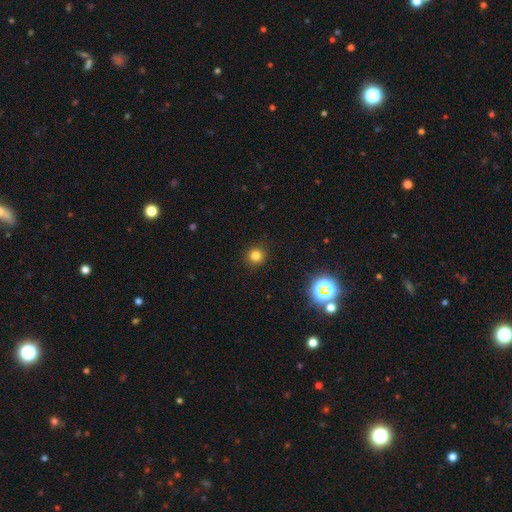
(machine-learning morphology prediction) smooth 79%, star or artifact 16%, featured or disk 5%. Down the decision tree: how rounded — round (94%); merging — none (92%).